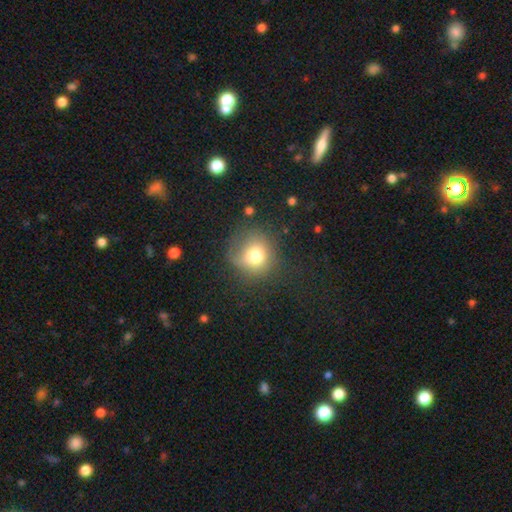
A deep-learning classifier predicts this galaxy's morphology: The model was most divided on "merging": none: 62%, minor disturbance: 22%, major disturbance: 14%, merger: 2%. More confident: how rounded — round (86%); smooth or featured — smooth (73%).